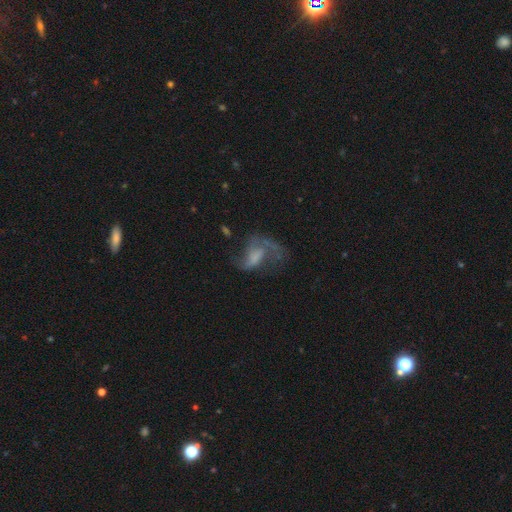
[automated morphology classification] A featured or disk galaxy (66%) with no bar (43%), spiral arms (78%) and no central bulge (40%).

Vote fractions:
- Smooth or featured? featured or disk: 66% / smooth: 23% / star or artifact: 11%
- Edge-on disk? no: 96% / yes: 4%
- Bar? no: 43% / weak: 42% / strong: 15%
- Spiral arms? yes: 78% / no: 22%
- Bulge size? none: 40% / small: 26% / moderate: 22% / large: 10% / dominant: 2%
- Merging? major disturbance: 41% / none: 36% / minor disturbance: 18% / merger: 5%